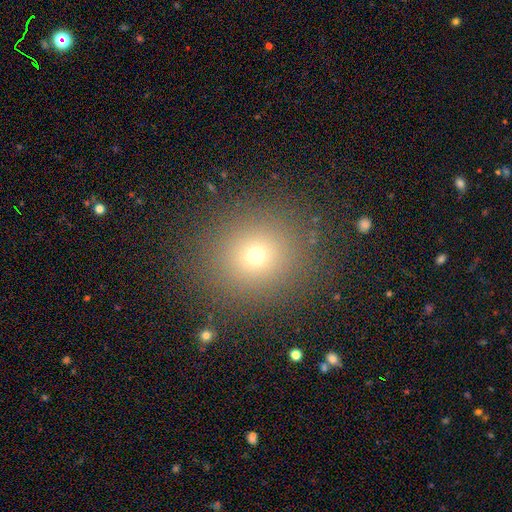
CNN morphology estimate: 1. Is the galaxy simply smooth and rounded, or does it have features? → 68% smooth, 23% star or artifact, 9% featured or disk.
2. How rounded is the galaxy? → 88% round, 11% in between, 1% cigar-shaped.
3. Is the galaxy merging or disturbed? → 88% none, 7% minor disturbance, 3% major disturbance, 1% merger.